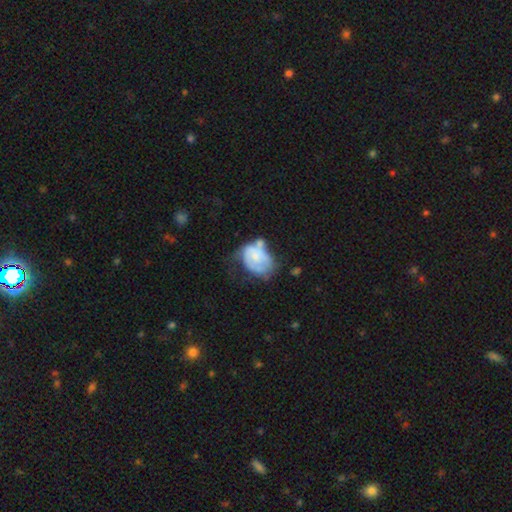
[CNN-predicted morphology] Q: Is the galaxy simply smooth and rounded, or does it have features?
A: featured or disk — 51%.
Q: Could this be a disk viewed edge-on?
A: no — 98%.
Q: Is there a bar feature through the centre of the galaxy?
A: no — 80%.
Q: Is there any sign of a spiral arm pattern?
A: no — 52%.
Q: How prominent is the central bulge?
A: small — 54%.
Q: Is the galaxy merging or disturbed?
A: minor disturbance — 29%.